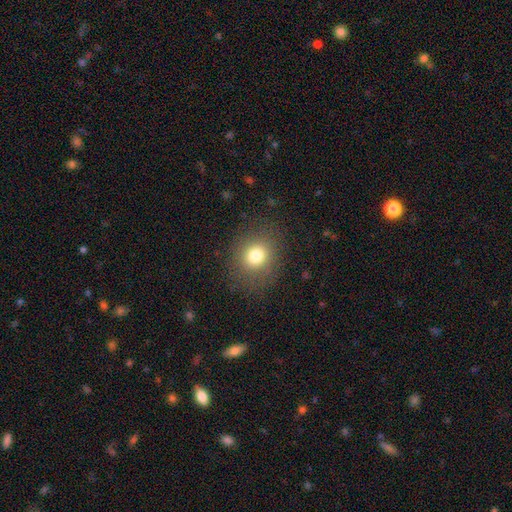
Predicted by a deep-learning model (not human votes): smooth_or_featured: smooth (p=0.78) [alt: star or artifact p=0.13]
how_rounded: round (p=0.74) [alt: in between p=0.25]
merging: none (p=0.85) [alt: minor disturbance p=0.09]